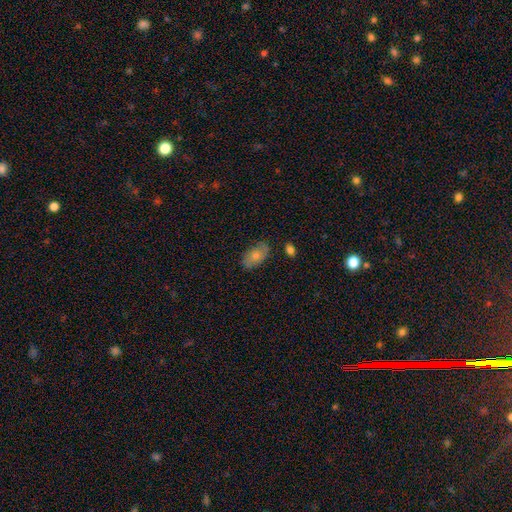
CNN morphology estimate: This appears to be a smooth galaxy with no disk features (72%) that is in between round and cigar-shaped (92%). Merging: none (79%).